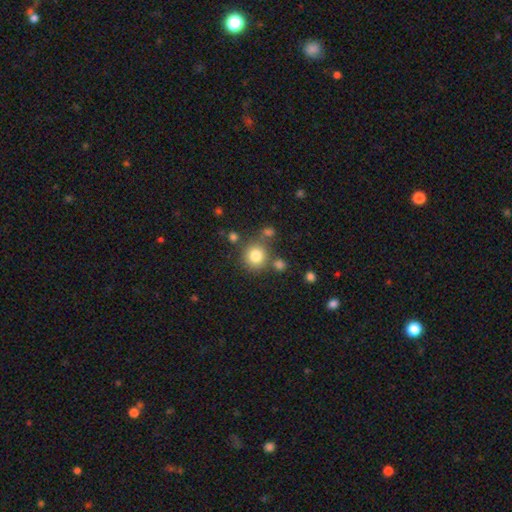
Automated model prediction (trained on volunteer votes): The model was most divided on "merging": none: 74%, merger: 12%, minor disturbance: 10%, major disturbance: 4%. More confident: how rounded — round (89%); smooth or featured — smooth (81%).